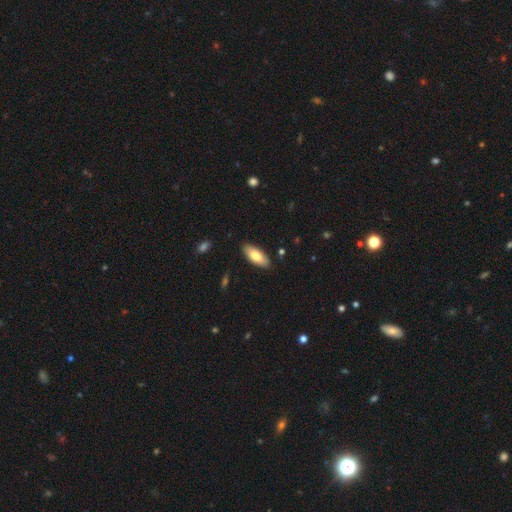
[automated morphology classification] type=smooth (80%); roundness=in between (83%); merging=none (87%).